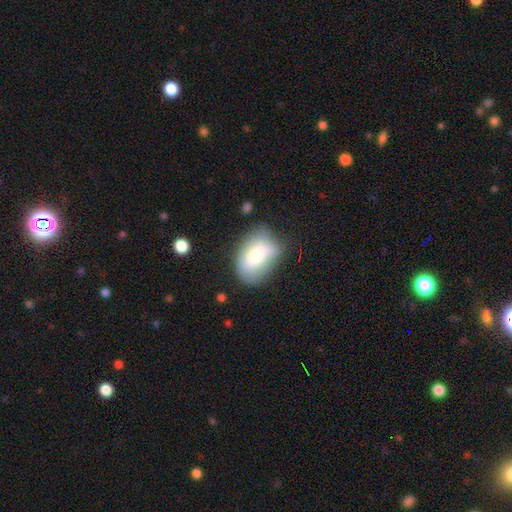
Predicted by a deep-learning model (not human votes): Smooth or featured? smooth (72%)
How rounded? in between (83%)
Merging? none (49%)